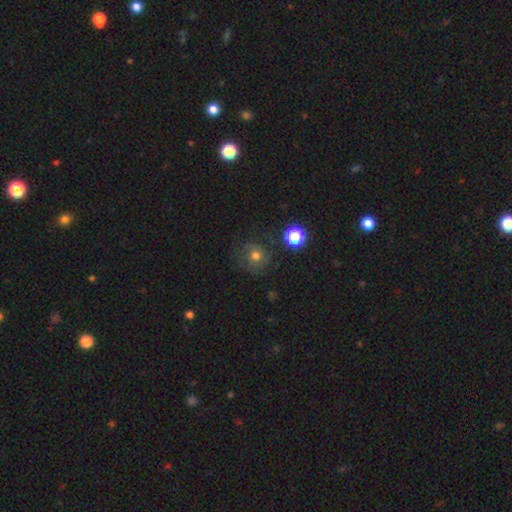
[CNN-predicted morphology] A smooth galaxy with no disk features (56%) that is round (89%).

Vote fractions:
- Smooth or featured? smooth: 56% / featured or disk: 24% / star or artifact: 20%
- How rounded? round: 89% / in between: 10% / cigar-shaped: 1%
- Merging? none: 72% / minor disturbance: 15% / major disturbance: 10% / merger: 2%